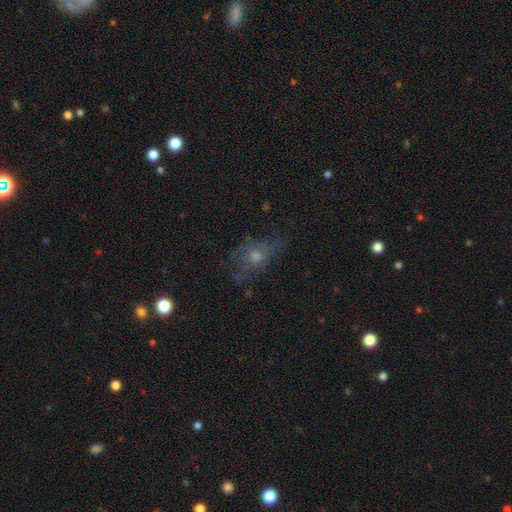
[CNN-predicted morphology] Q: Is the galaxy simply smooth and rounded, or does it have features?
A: smooth — 40%.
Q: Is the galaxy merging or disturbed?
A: none — 59%.